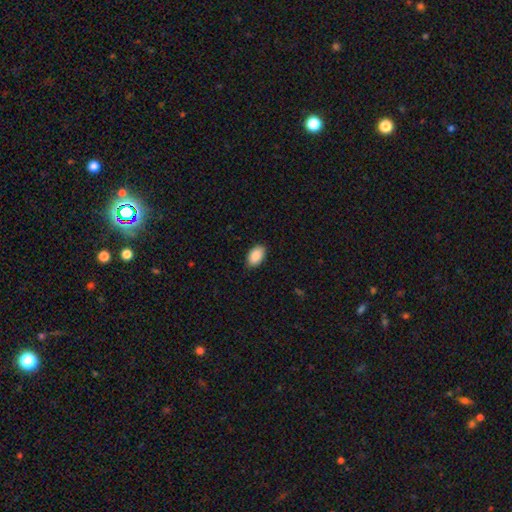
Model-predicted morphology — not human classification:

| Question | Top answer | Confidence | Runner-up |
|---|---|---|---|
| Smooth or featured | smooth | 90% | star or artifact (6%) |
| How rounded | in between | 93% | round (6%) |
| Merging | none | 87% | minor disturbance (10%) |